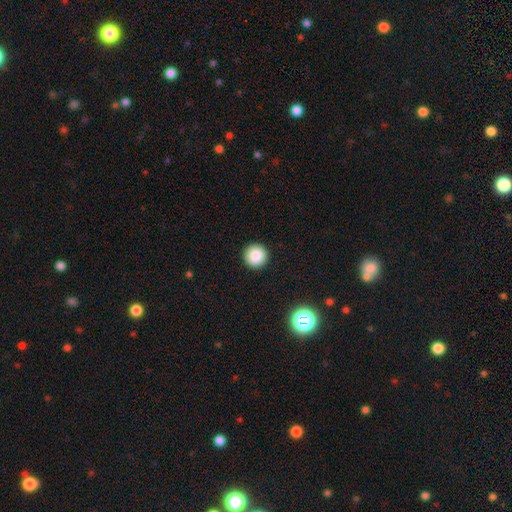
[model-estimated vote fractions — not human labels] The model was most divided on "smooth or featured": smooth: 86%, star or artifact: 9%, featured or disk: 4%. More confident: how rounded — round (96%); merging — none (93%).